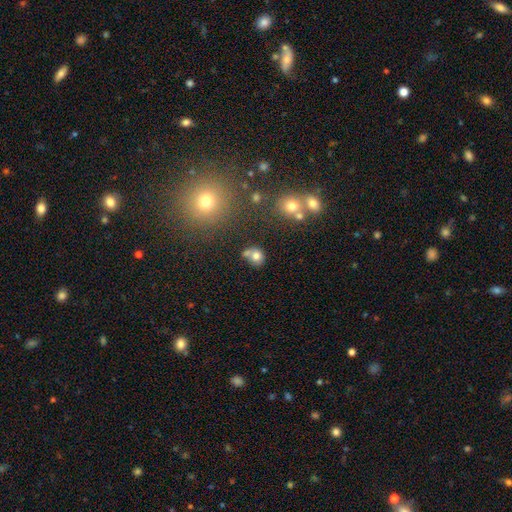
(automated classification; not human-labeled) Smooth or featured?
  - smooth: 75% *
  - star or artifact: 13%
  - featured or disk: 12%
How rounded?
  - round: 71% *
  - in between: 28%
  - cigar-shaped: 1%
Merging?
  - none: 45% *
  - merger: 33%
  - minor disturbance: 15%
  - major disturbance: 7%